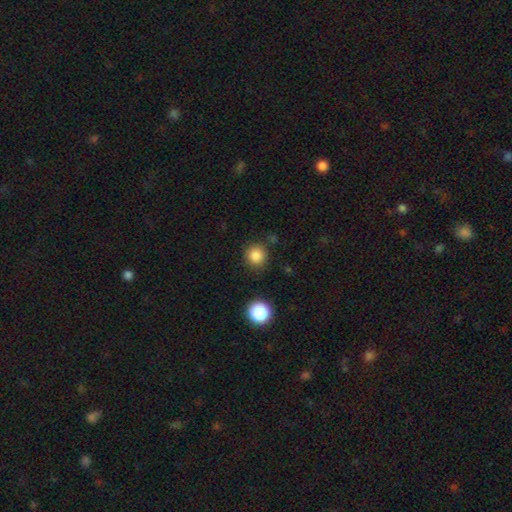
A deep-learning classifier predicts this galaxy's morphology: smooth_or_featured: smooth (p=0.84) [alt: star or artifact p=0.12]
how_rounded: round (p=0.91) [alt: in between p=0.08]
merging: none (p=0.85) [alt: minor disturbance p=0.09]